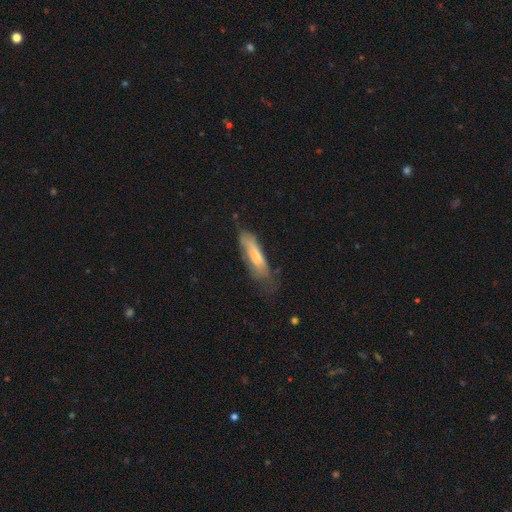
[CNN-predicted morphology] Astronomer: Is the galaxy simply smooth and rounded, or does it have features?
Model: smooth — 65%.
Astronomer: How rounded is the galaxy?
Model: cigar-shaped — 60% (runner-up: in between, 39%).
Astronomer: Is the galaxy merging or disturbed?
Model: none — 48% (runner-up: minor disturbance, 33%).